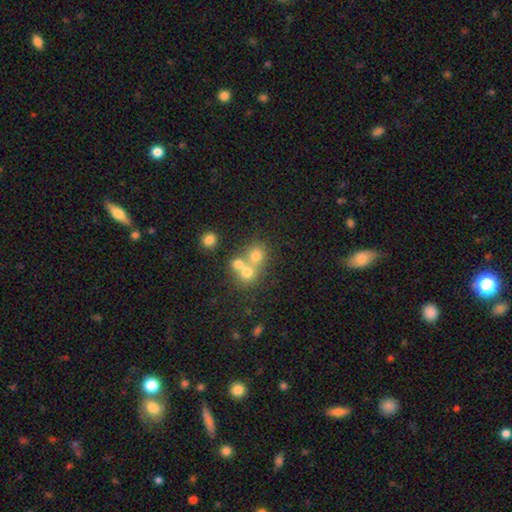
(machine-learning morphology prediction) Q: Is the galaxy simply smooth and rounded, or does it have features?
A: smooth — 66%.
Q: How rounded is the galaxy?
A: round — 82%.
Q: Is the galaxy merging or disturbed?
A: merger — 51%.